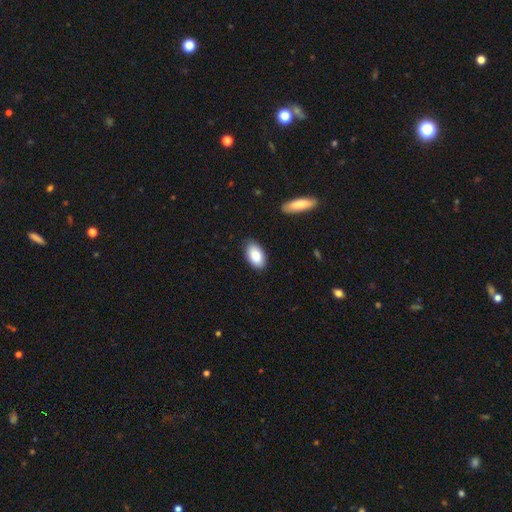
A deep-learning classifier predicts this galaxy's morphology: A smooth galaxy with no disk features (86%) that is in between round and cigar-shaped (95%).

Vote fractions:
- Smooth or featured? smooth: 86% / featured or disk: 8% / star or artifact: 6%
- How rounded? in between: 95% / round: 3% / cigar-shaped: 2%
- Merging? none: 86% / minor disturbance: 11% / major disturbance: 2% / merger: 1%